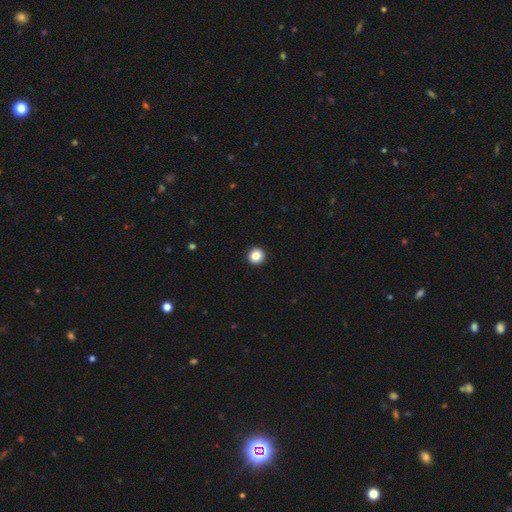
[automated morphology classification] This appears to be a smooth galaxy with no disk features (87%) that is round (95%). Merging: none (94%).